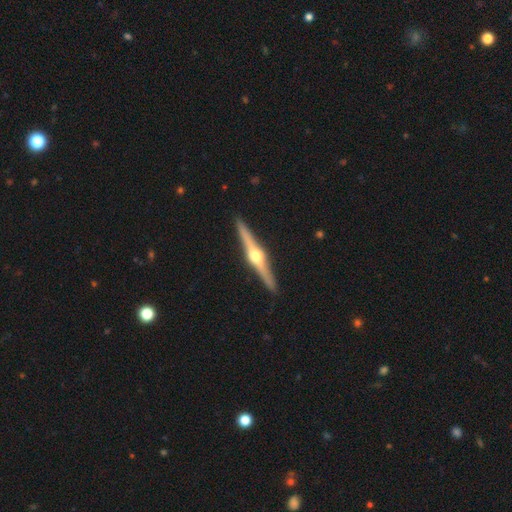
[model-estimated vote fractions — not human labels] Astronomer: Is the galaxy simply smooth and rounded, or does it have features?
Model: featured or disk — 84%.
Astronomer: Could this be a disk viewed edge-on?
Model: yes — 98%.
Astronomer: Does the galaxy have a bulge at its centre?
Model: rounded — 96%.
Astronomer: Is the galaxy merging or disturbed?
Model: none — 92%.